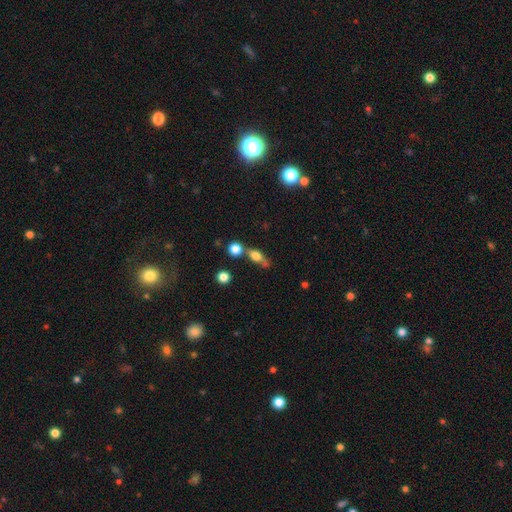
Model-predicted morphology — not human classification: A smooth galaxy with no disk features (65%) that is in between round and cigar-shaped (52%).

Vote fractions:
- Smooth or featured? smooth: 65% / featured or disk: 23% / star or artifact: 12%
- How rounded? in between: 52% / round: 27% / cigar-shaped: 22%
- Merging? none: 51% / merger: 25% / minor disturbance: 16% / major disturbance: 9%